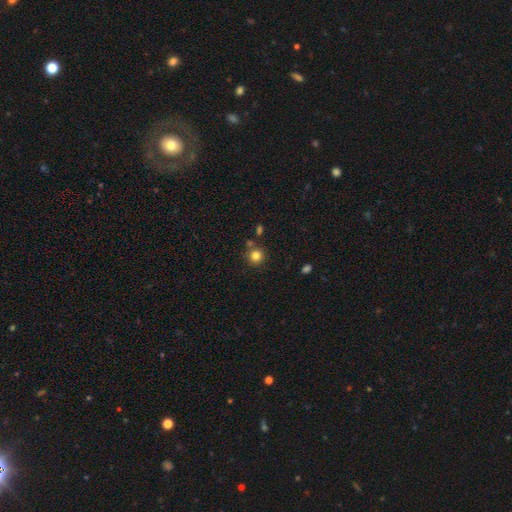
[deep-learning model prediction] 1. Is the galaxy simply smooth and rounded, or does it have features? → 82% smooth, 12% star or artifact, 6% featured or disk.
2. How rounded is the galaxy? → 93% round, 6% in between, 1% cigar-shaped.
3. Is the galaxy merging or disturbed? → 79% none, 9% merger, 8% minor disturbance, 3% major disturbance.